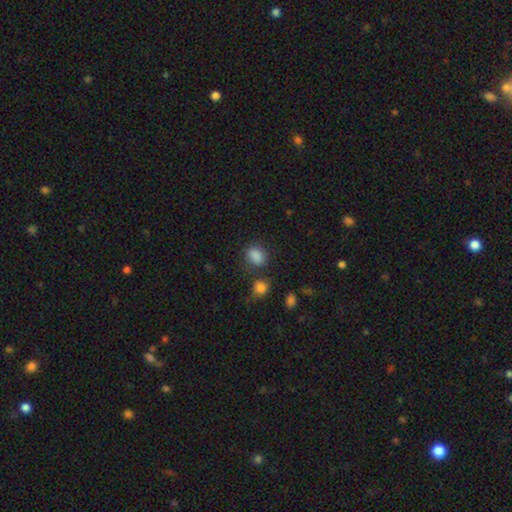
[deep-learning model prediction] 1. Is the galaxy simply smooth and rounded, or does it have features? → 85% smooth, 11% star or artifact, 4% featured or disk.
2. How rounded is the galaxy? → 59% in between, 39% round, 1% cigar-shaped.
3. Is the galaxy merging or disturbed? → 73% none, 14% minor disturbance, 8% merger, 5% major disturbance.